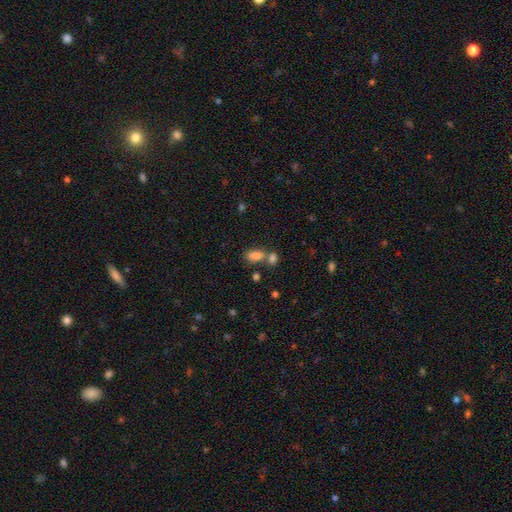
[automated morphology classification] type=smooth (82%); roundness=in between (89%); merging=none (45%).